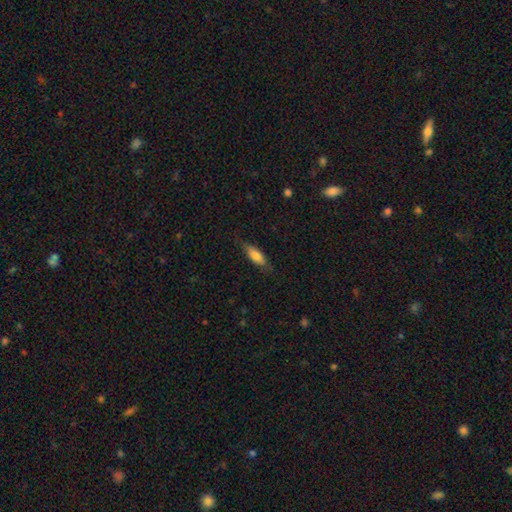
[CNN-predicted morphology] Q: Smooth or featured?
A: smooth (78%); runner-up: featured or disk (16%)
Q: How rounded?
A: in between (65%); runner-up: cigar-shaped (33%)
Q: Merging?
A: none (77%); runner-up: minor disturbance (18%)